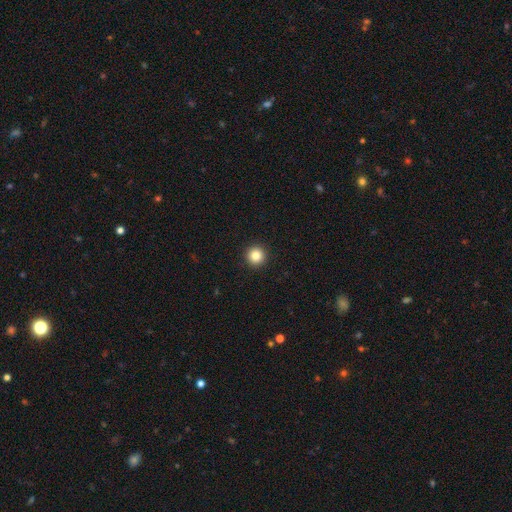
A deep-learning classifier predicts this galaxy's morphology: Overall: smooth (84%). How rounded: round (96%). Merging: none (94%).